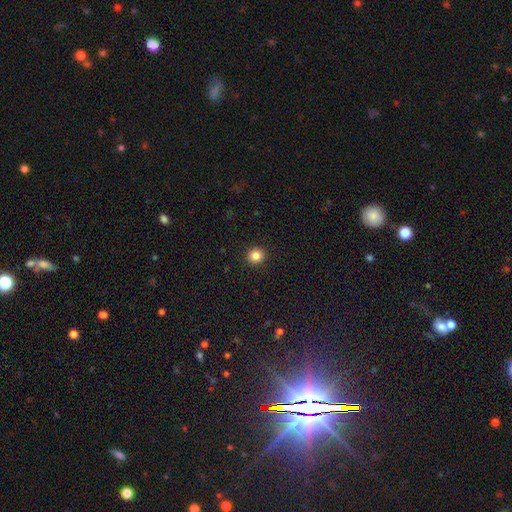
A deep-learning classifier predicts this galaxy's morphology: This is clearly a smooth galaxy (85%). How rounded: clearly round (92%). Merging: clearly none (93%).